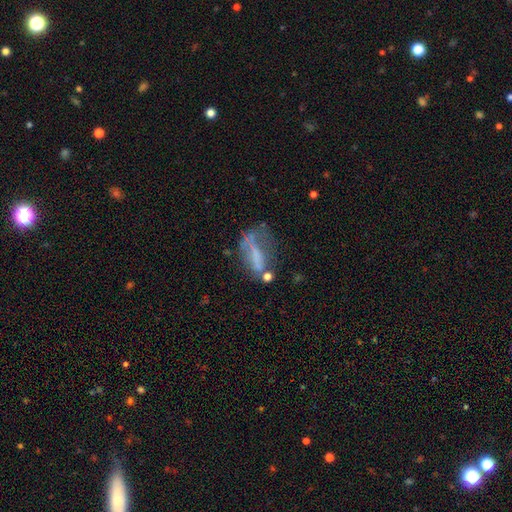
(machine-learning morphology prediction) This is marginally a smooth galaxy (44%). Merging: marginally major disturbance (33%).